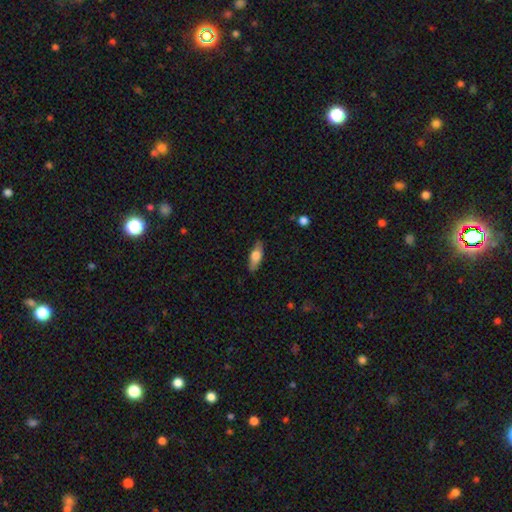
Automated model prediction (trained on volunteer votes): Q: Smooth or featured?
A: smooth (66%); runner-up: featured or disk (28%)
Q: How rounded?
A: in between (68%); runner-up: cigar-shaped (29%)
Q: Merging?
A: none (83%); runner-up: minor disturbance (13%)